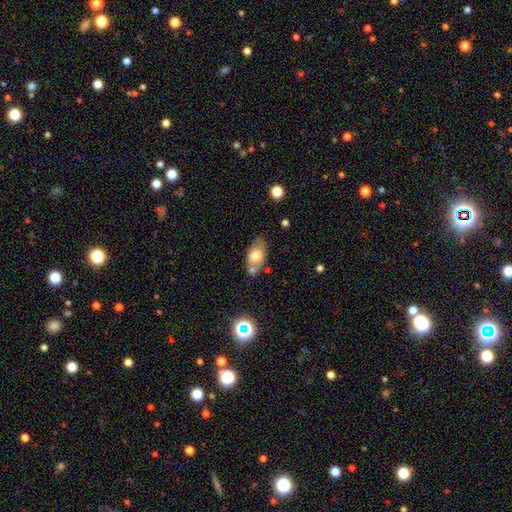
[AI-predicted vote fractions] smooth-or-featured: smooth: 67% | featured or disk: 24% | star or artifact: 9%
  how-rounded: in between: 89% | round: 7% | cigar-shaped: 4%
  merging: none: 60% | minor disturbance: 19% | merger: 15% | major disturbance: 5%